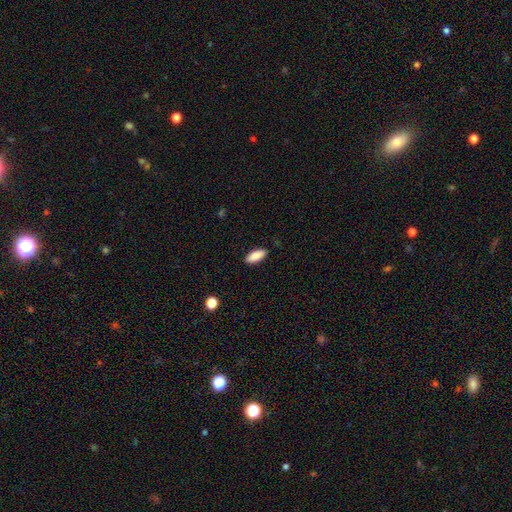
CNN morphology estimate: Q: Smooth or featured?
A: smooth (88%); runner-up: star or artifact (6%)
Q: How rounded?
A: in between (81%); runner-up: cigar-shaped (17%)
Q: Merging?
A: none (88%); runner-up: minor disturbance (9%)